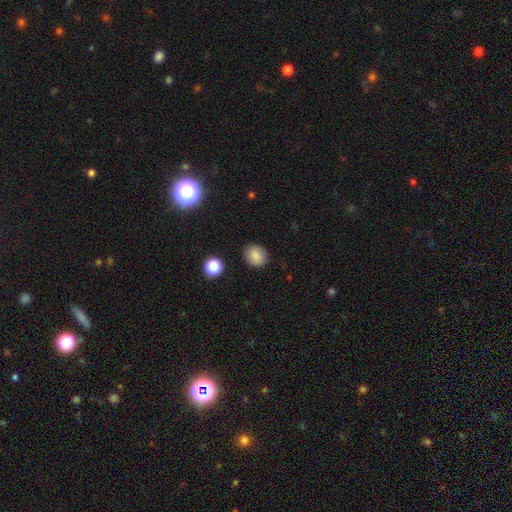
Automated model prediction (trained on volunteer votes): Overall: smooth (85%). How rounded: round (71%). Merging: none (87%).